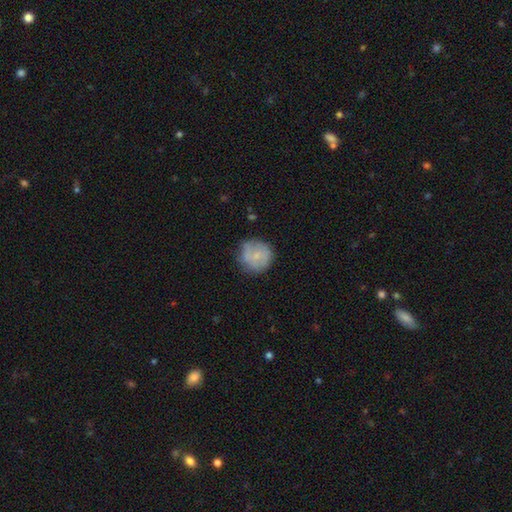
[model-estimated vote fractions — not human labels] This appears to be a smooth galaxy with no disk features (59%) that is round (90%). Merging: none (69%).